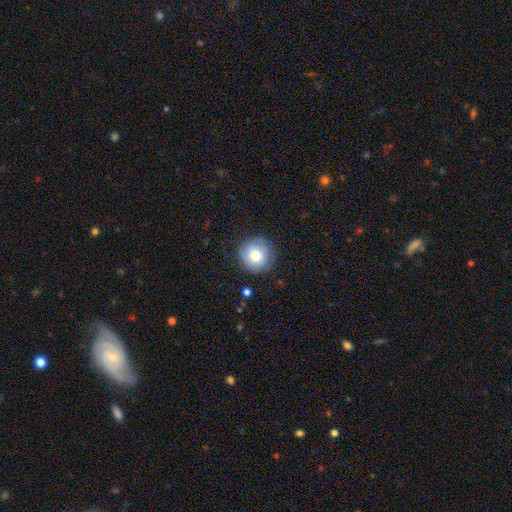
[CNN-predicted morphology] smooth_or_featured: smooth (p=0.78) [alt: featured or disk p=0.13]
how_rounded: round (p=0.95) [alt: in between p=0.04]
merging: none (p=0.86) [alt: minor disturbance p=0.10]